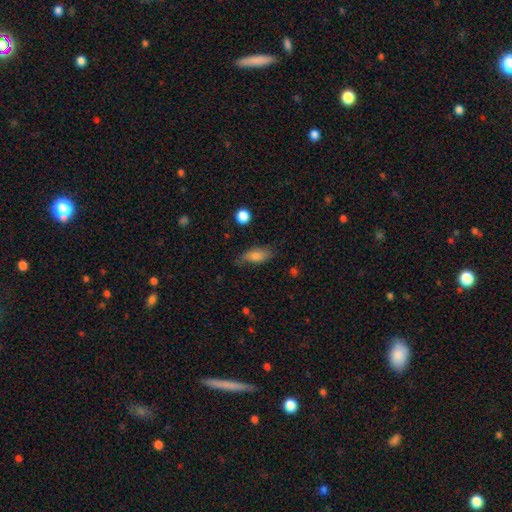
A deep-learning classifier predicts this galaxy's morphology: This appears to be a smooth galaxy with no disk features (76%) that is in between round and cigar-shaped (76%). Merging: none (71%).